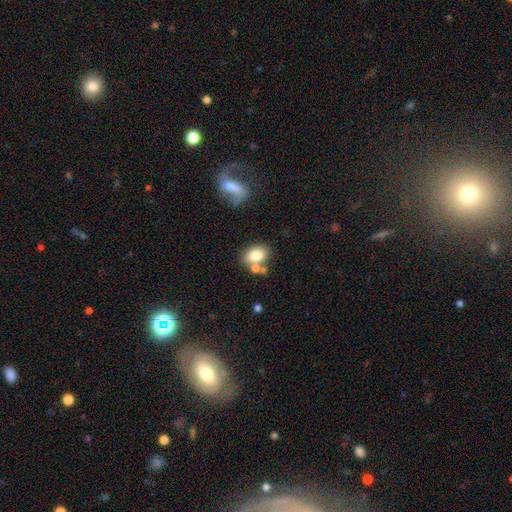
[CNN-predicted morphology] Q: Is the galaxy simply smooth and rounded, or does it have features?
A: smooth — 80%.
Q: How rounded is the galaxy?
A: in between — 73%.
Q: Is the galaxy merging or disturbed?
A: none — 56%.